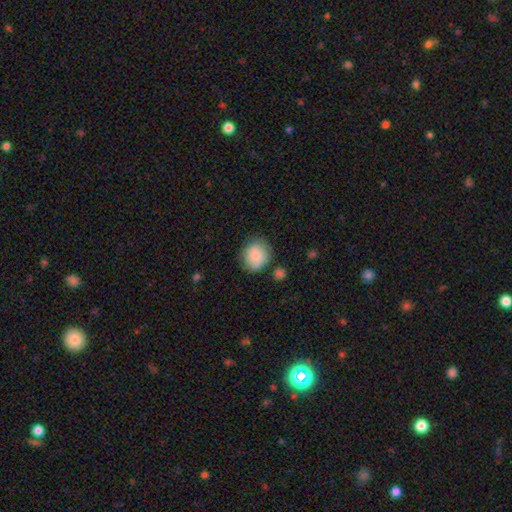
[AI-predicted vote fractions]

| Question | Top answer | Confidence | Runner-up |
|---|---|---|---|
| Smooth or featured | smooth | 85% | featured or disk (8%) |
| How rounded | round | 72% | in between (27%) |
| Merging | none | 72% | minor disturbance (18%) |